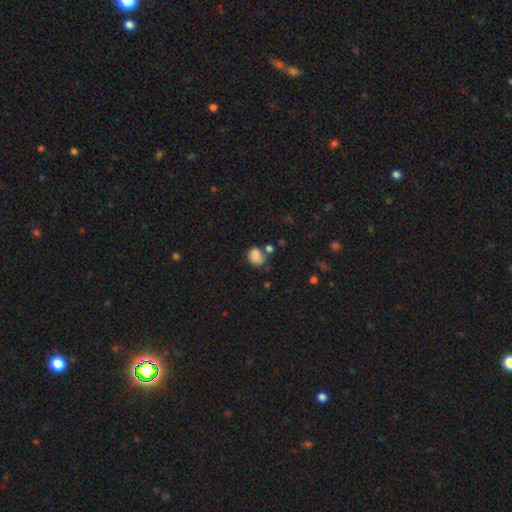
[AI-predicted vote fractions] The model was most divided on "how rounded": in between: 56%, round: 43%, cigar-shaped: 1%. More confident: smooth or featured — smooth (82%); merging — none (51%).